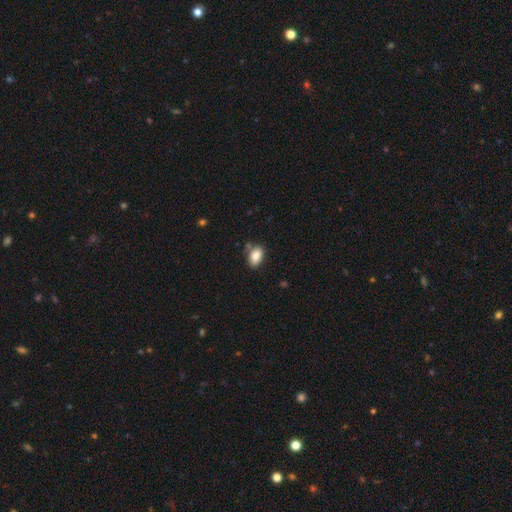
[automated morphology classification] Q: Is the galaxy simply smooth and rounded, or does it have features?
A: smooth — 85%.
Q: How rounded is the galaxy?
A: in between — 87%.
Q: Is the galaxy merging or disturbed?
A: none — 73%.